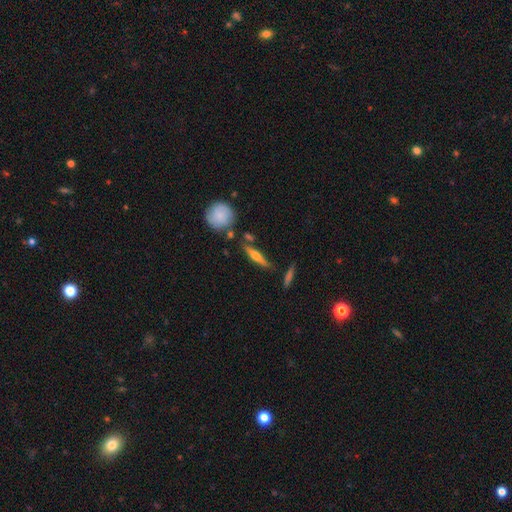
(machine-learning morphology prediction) A featured or disk galaxy (57%) viewed edge-on (94%) with a rounded central bulge (89%).

Vote fractions:
- Smooth or featured? featured or disk: 57% / smooth: 36% / star or artifact: 7%
- Edge-on disk? yes: 94% / no: 6%
- Edge-on bulge? rounded: 89% / none: 6% / boxy: 6%
- Merging? none: 78% / minor disturbance: 12% / merger: 7% / major disturbance: 3%